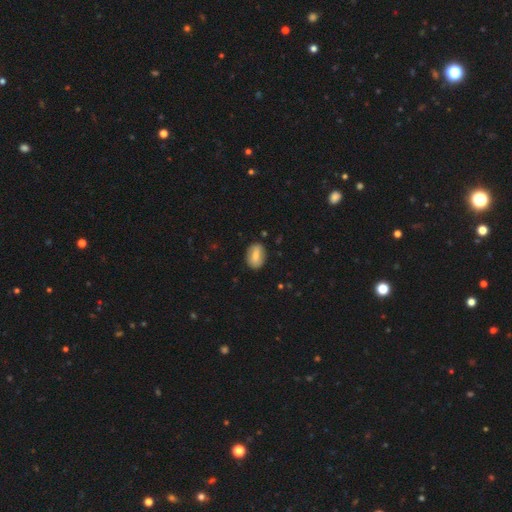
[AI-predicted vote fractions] This appears to be a smooth galaxy with no disk features (65%) that is in between round and cigar-shaped (81%). Merging: none (84%).